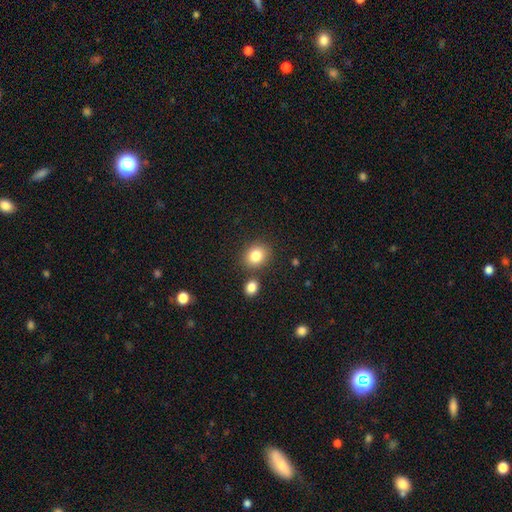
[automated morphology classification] A smooth galaxy with no disk features (83%) that is round (64%).

Vote fractions:
- Smooth or featured? smooth: 83% / star or artifact: 10% / featured or disk: 7%
- How rounded? round: 64% / in between: 35% / cigar-shaped: 1%
- Merging? none: 78% / merger: 10% / minor disturbance: 9% / major disturbance: 3%